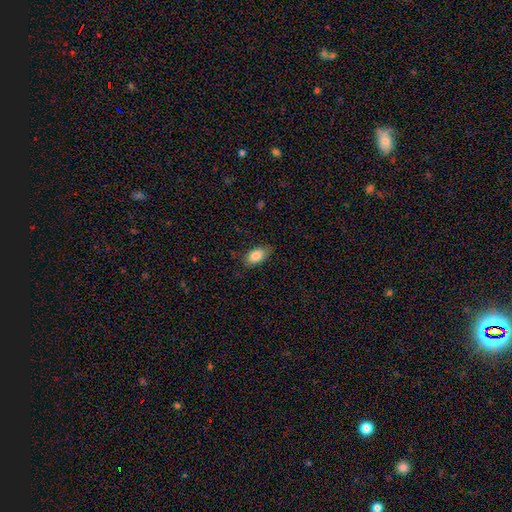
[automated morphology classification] A smooth galaxy with no disk features (86%) that is in between round and cigar-shaped (92%). Merging: none (79%).